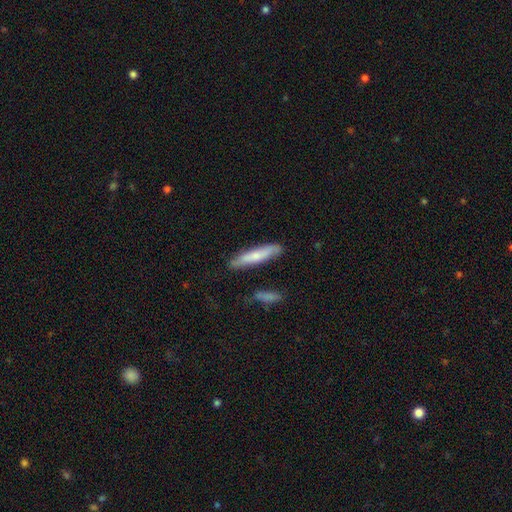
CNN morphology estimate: This is likely a smooth galaxy (65%). How rounded: clearly cigar-shaped (87%). Merging: clearly none (82%).